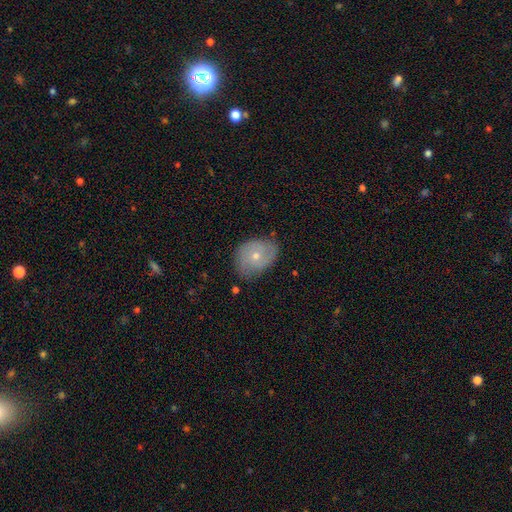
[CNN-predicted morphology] This is possibly a smooth galaxy (50%). How rounded: possibly in between (59%). Merging: likely none (67%).